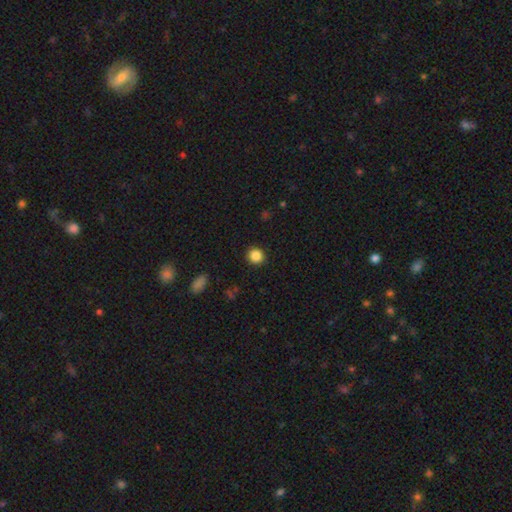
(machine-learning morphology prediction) The model was most divided on "smooth or featured": smooth: 87%, star or artifact: 10%, featured or disk: 3%. More confident: merging — none (92%); how rounded — round (91%).